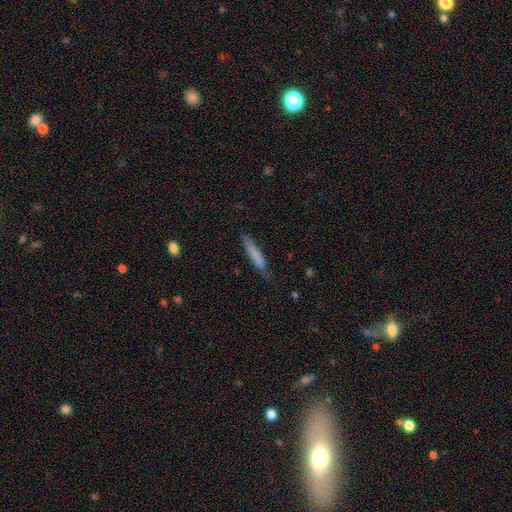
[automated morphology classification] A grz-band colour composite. It shows a smooth galaxy with no disk features (76%) that is cigar-shaped (91%). Merging: none (74%).